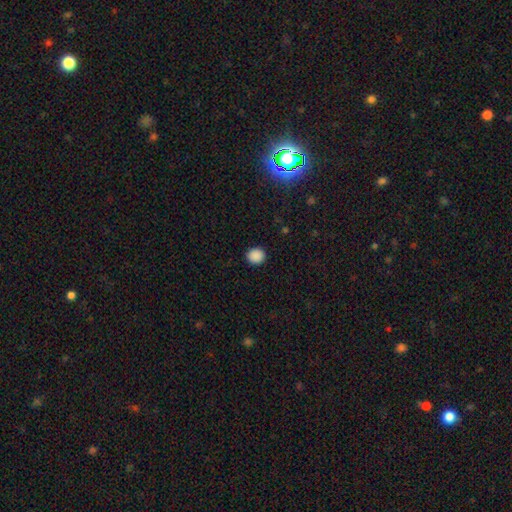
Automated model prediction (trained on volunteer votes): Morphology: type=smooth (89%); roundness=round (80%); merging=none (92%).